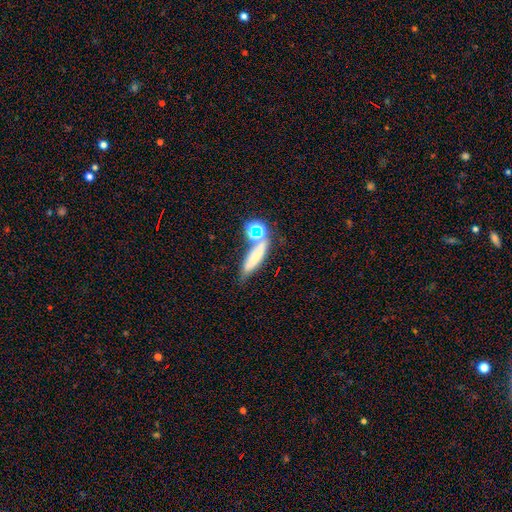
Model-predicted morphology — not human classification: This appears to be a smooth galaxy with no disk features (61%) that is cigar-shaped (56%). Merging: none (48%).